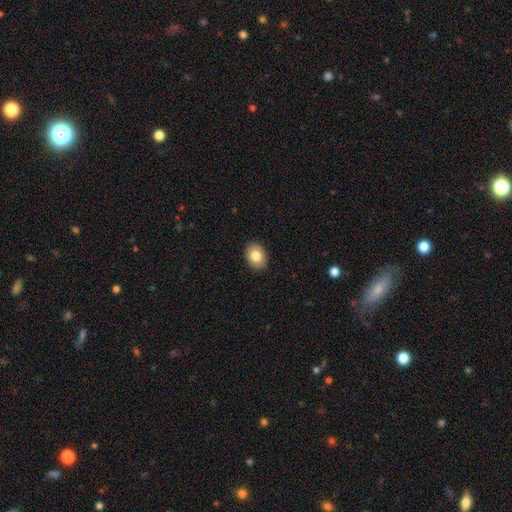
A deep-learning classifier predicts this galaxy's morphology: type=smooth (83%); roundness=in between (68%); merging=none (89%).